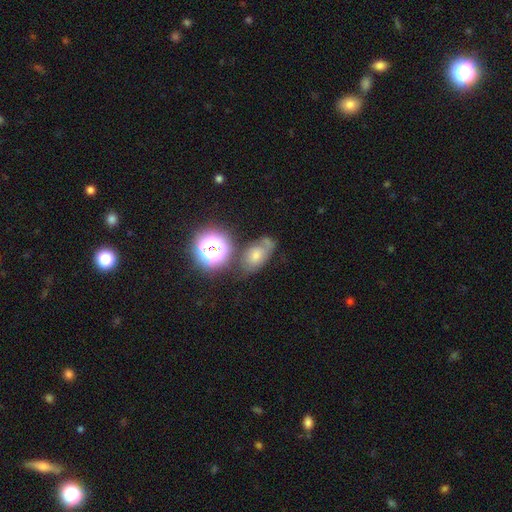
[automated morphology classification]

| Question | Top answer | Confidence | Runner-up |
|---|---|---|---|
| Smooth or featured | smooth | 46% | star or artifact (30%) |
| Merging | none | 55% | minor disturbance (22%) |